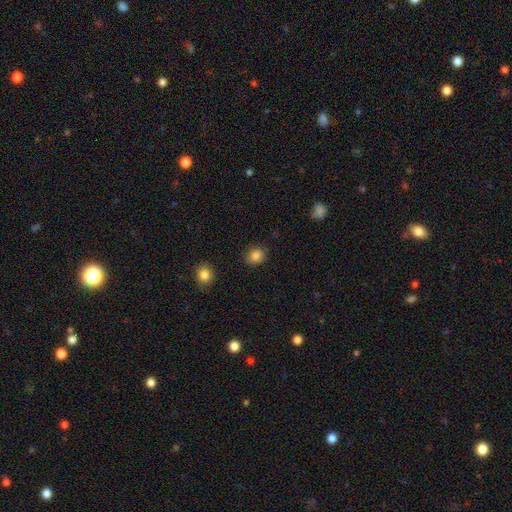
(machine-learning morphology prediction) A smooth galaxy with no disk features (86%) that is round (74%). Merging: none (88%).